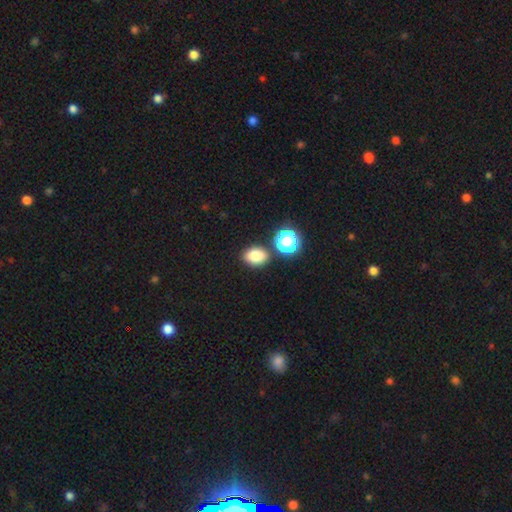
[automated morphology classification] Q: Smooth or featured?
A: smooth (81%); runner-up: star or artifact (13%)
Q: How rounded?
A: in between (67%); runner-up: round (31%)
Q: Merging?
A: none (78%); runner-up: minor disturbance (10%)